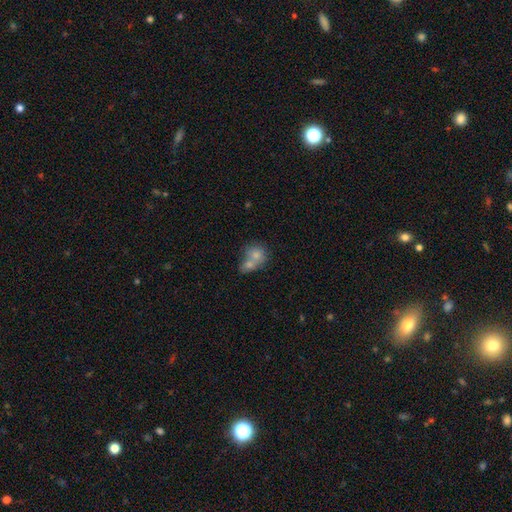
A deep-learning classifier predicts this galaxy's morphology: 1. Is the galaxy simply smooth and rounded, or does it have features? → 73% smooth, 18% featured or disk, 8% star or artifact.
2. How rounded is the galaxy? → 62% round, 36% in between, 1% cigar-shaped.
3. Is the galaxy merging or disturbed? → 69% merger, 21% none, 7% minor disturbance, 4% major disturbance.